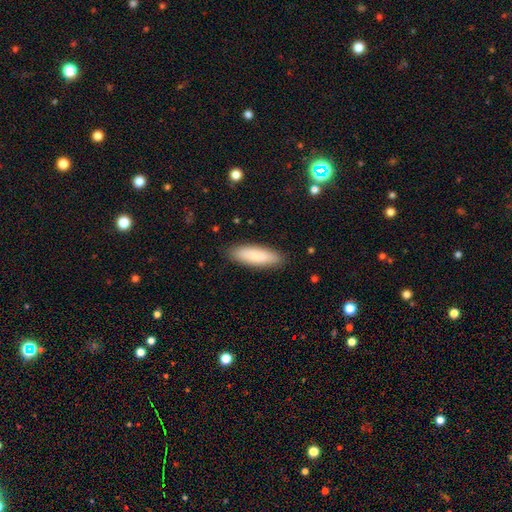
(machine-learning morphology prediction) Smooth or featured? Predicted: smooth (p=0.82). How rounded? Predicted: cigar-shaped (p=0.51). Merging? Predicted: none (p=0.89).